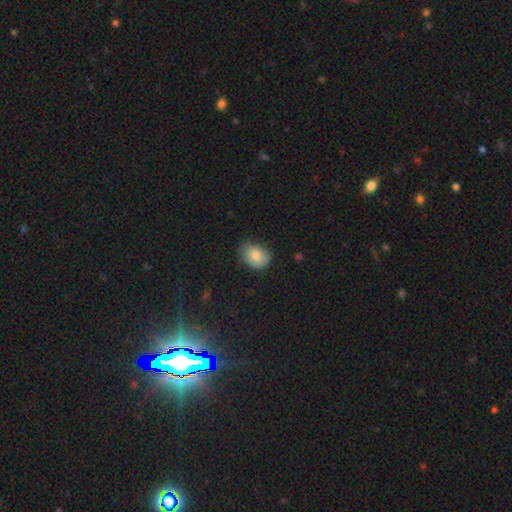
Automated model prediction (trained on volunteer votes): Overall: smooth (78%). How rounded: in between (57%; round 42%). Merging: none (66%; minor disturbance 28%).